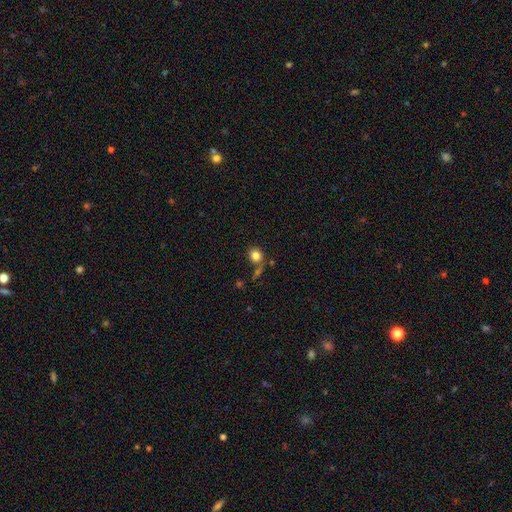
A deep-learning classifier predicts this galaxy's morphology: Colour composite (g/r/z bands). It shows a smooth galaxy with no disk features (82%) that is round (78%). Merging: none (66%).